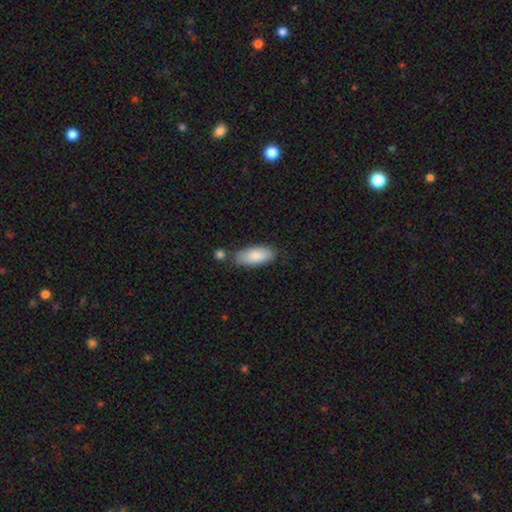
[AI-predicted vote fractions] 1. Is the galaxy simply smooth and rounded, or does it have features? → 85% smooth, 10% featured or disk, 6% star or artifact.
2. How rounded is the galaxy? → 82% in between, 16% cigar-shaped, 2% round.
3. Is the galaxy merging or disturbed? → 71% none, 16% minor disturbance, 9% merger, 4% major disturbance.